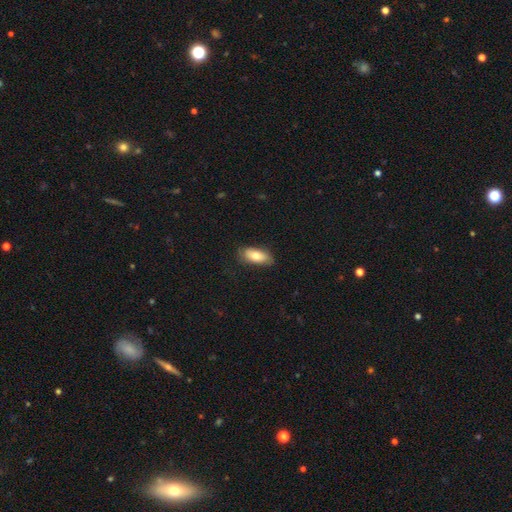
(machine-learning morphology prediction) Smooth or featured? smooth (77%)
How rounded? in between (84%)
Merging? none (77%)